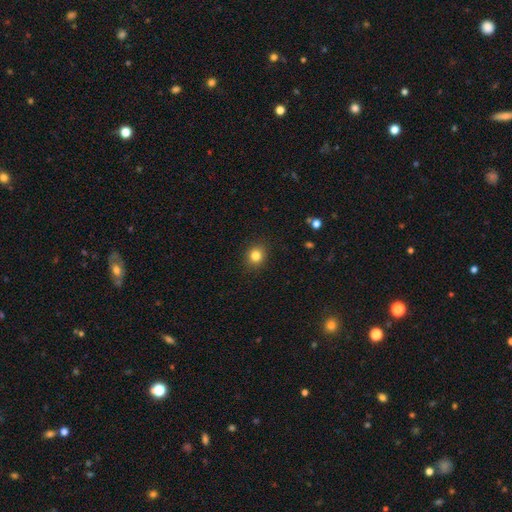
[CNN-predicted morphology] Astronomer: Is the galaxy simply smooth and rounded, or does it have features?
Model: smooth — 83%.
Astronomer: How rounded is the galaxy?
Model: round — 80%.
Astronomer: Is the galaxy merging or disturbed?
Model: none — 90%.